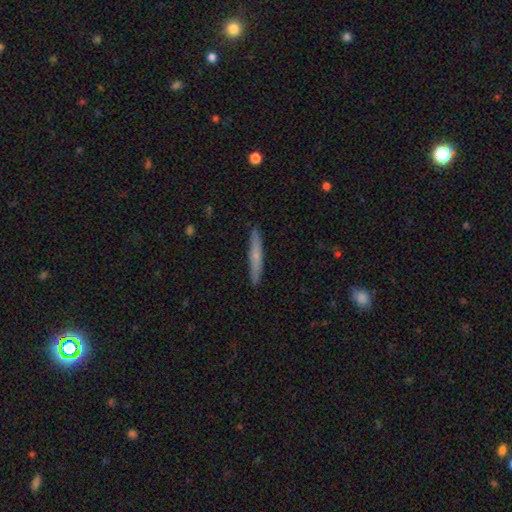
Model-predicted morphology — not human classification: Q: Smooth or featured?
A: smooth (58%); runner-up: featured or disk (36%)
Q: How rounded?
A: cigar-shaped (95%); runner-up: in between (4%)
Q: Merging?
A: none (90%); runner-up: minor disturbance (7%)